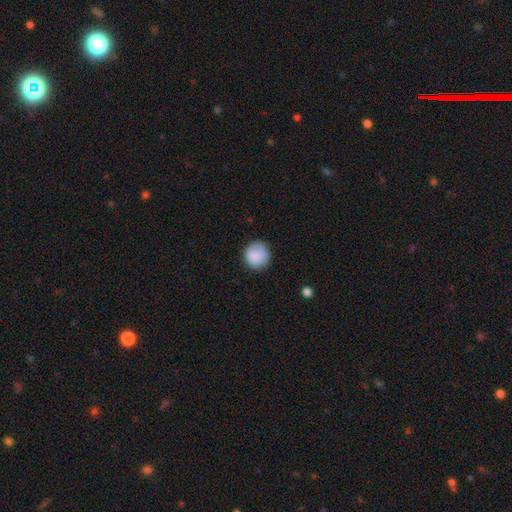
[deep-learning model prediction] Q: Smooth or featured?
A: smooth (86%); runner-up: star or artifact (7%)
Q: How rounded?
A: round (91%); runner-up: in between (8%)
Q: Merging?
A: none (82%); runner-up: minor disturbance (14%)